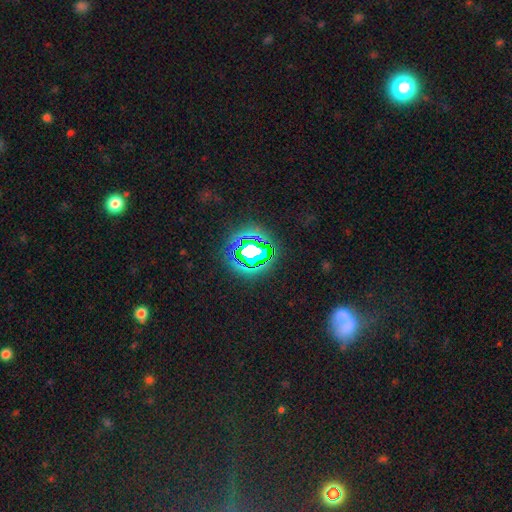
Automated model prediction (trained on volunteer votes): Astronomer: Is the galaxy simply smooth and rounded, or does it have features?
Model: star or artifact — 67%.